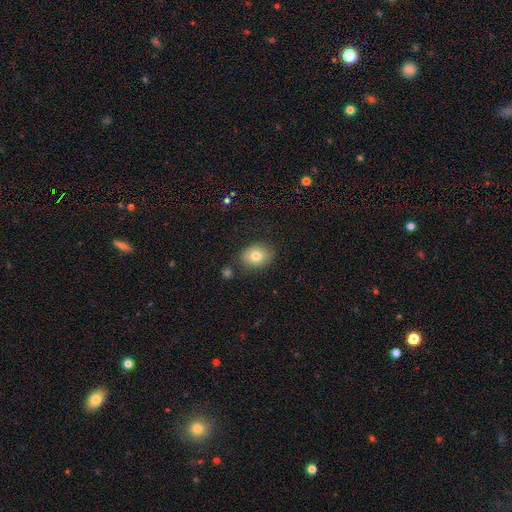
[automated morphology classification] A smooth galaxy with no disk features (78%) that is in between round and cigar-shaped (55%). Merging: none (79%).